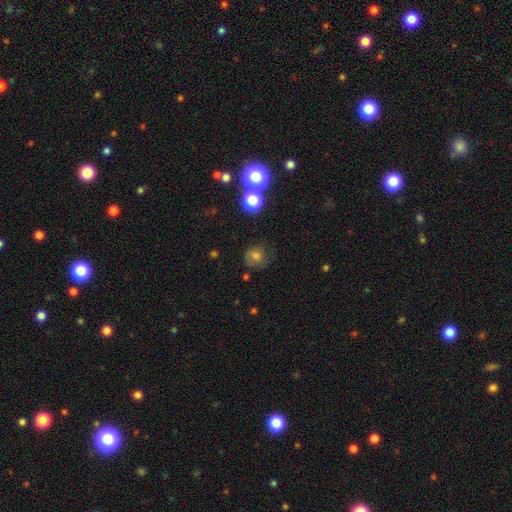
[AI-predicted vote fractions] A smooth galaxy with no disk features (69%) that is round (81%). Merging: none (67%).